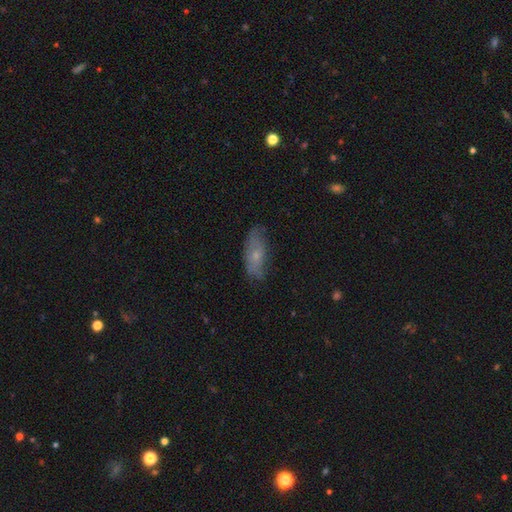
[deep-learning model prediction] A smooth galaxy with no disk features (58%) that is in between round and cigar-shaped (76%).

Vote fractions:
- Smooth or featured? smooth: 58% / featured or disk: 33% / star or artifact: 9%
- How rounded? in between: 76% / cigar-shaped: 21% / round: 3%
- Merging? none: 69% / minor disturbance: 24% / major disturbance: 6% / merger: 1%